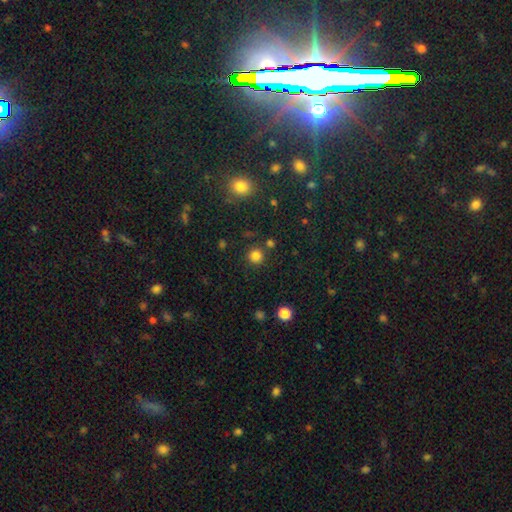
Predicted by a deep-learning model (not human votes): smooth 82%, star or artifact 14%, featured or disk 4%. Down the decision tree: how rounded — round (94%); merging — none (86%).